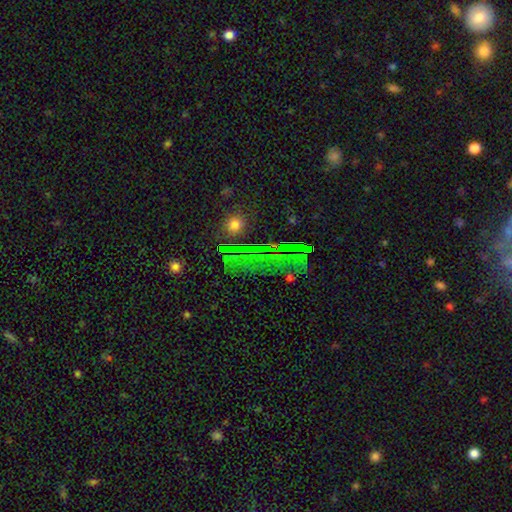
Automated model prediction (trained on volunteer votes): Smooth or featured: star or artifact — 66% (featured or disk — 19%)